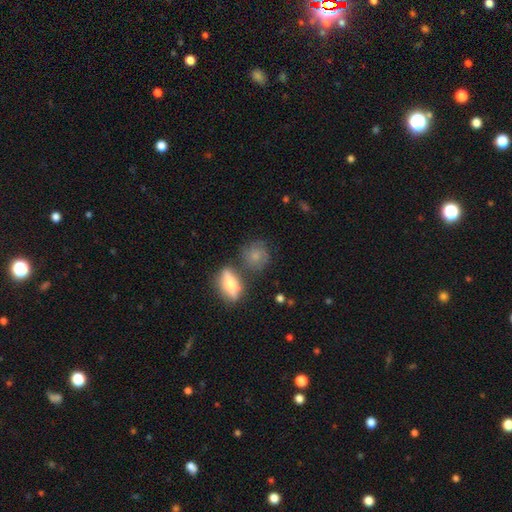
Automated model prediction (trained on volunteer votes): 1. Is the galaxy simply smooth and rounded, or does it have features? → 59% smooth, 31% featured or disk, 10% star or artifact.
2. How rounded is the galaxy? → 73% round, 23% in between, 4% cigar-shaped.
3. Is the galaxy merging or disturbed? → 63% none, 19% minor disturbance, 12% merger, 7% major disturbance.